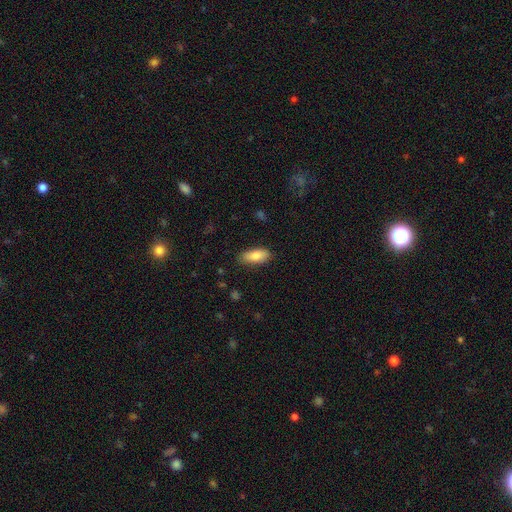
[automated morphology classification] Overall: smooth (83%). How rounded: in between (81%). Merging: none (84%).